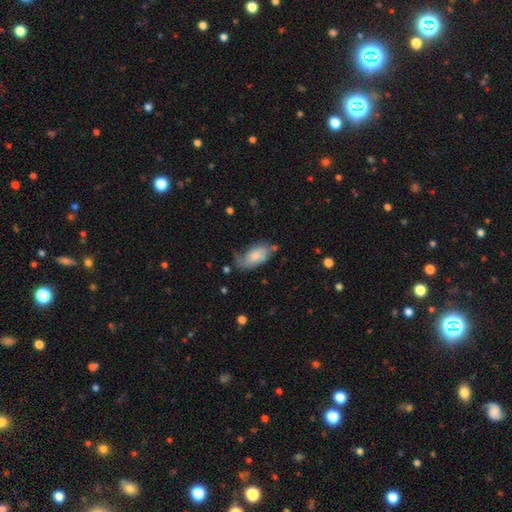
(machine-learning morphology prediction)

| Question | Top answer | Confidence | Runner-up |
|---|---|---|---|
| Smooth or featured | smooth | 65% | featured or disk (28%) |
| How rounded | in between | 92% | cigar-shaped (5%) |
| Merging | none | 45% | minor disturbance (34%) |